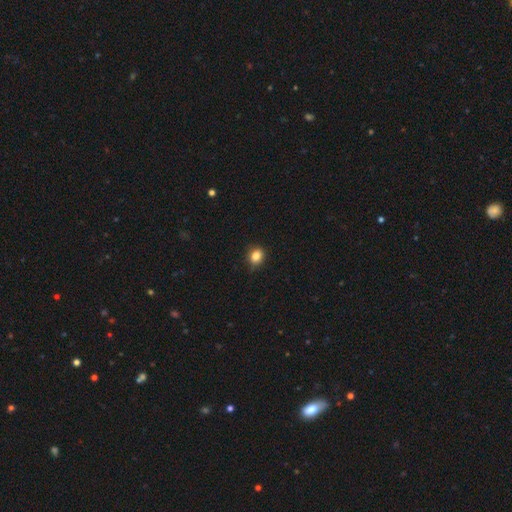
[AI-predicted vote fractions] This is clearly a smooth galaxy (84%). How rounded: likely round (63%). Merging: clearly none (83%).